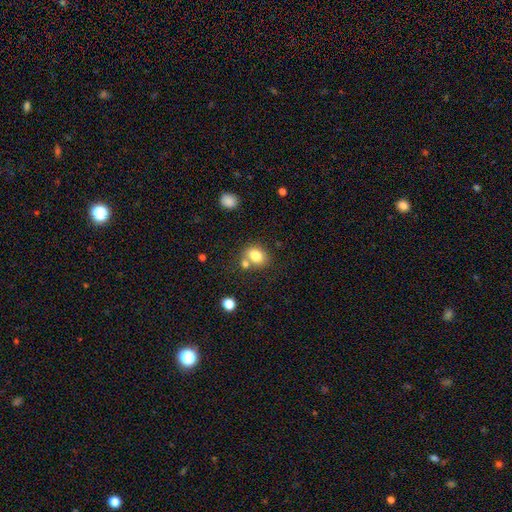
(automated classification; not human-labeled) Morphology: type=smooth (79%); roundness=round (51%); merging=none (59%).